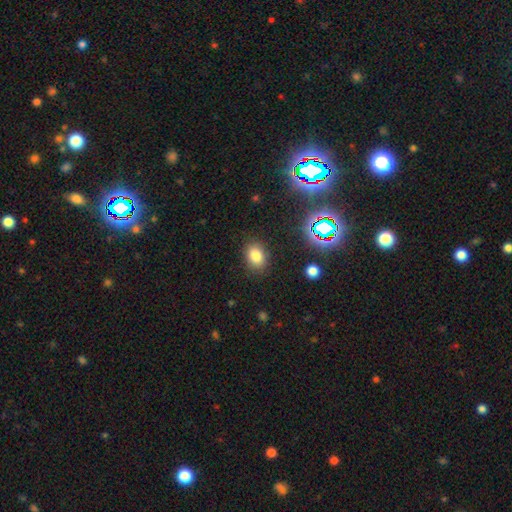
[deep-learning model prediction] A smooth galaxy with no disk features (80%) that is in between round and cigar-shaped (66%). Merging: none (85%).